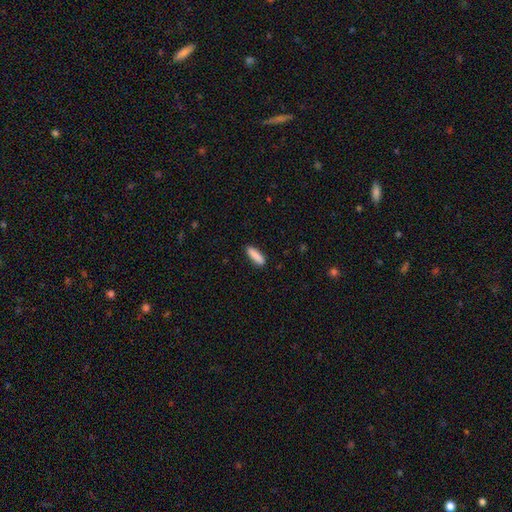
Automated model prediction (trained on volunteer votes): A smooth galaxy with no disk features (89%) that is cigar-shaped (59%). Merging: none (89%).